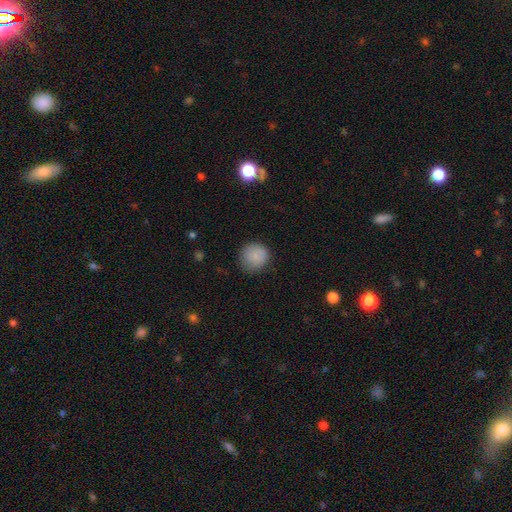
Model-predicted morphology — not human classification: The model was most divided on "merging": none: 80%, minor disturbance: 15%, major disturbance: 4%, merger: 1%. More confident: how rounded — round (91%); smooth or featured — smooth (86%).